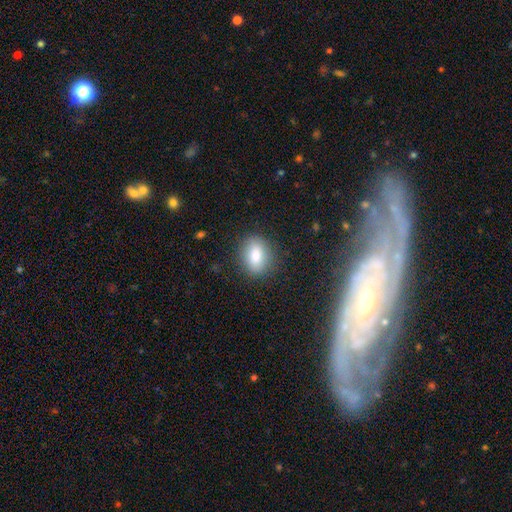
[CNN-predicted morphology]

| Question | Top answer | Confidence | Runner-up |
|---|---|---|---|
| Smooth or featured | smooth | 82% | featured or disk (10%) |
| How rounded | in between | 69% | round (29%) |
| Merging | none | 85% | minor disturbance (11%) |